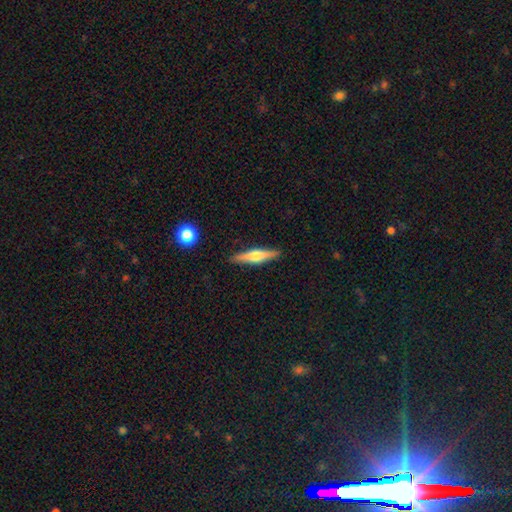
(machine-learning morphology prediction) Q: Smooth or featured?
A: featured or disk (56%); runner-up: smooth (38%)
Q: Edge-on disk?
A: yes (96%); runner-up: no (4%)
Q: Edge-on bulge?
A: rounded (89%); runner-up: boxy (7%)
Q: Merging?
A: none (90%); runner-up: minor disturbance (7%)